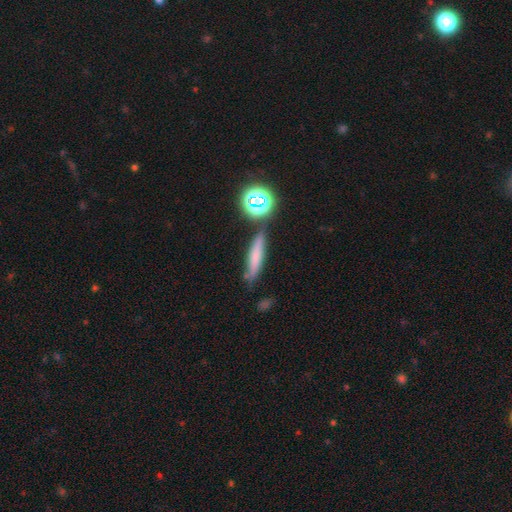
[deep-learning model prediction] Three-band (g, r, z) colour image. It shows a smooth galaxy with no disk features (62%) that is cigar-shaped (79%). Merging: none (72%).